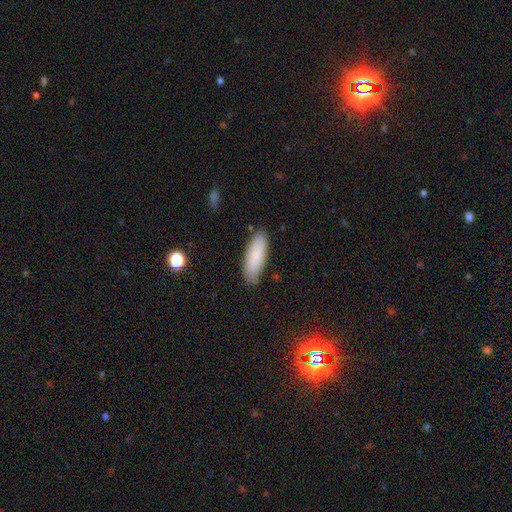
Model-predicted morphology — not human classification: Smooth or featured? smooth (86%)
How rounded? in between (59%)
Merging? none (84%)